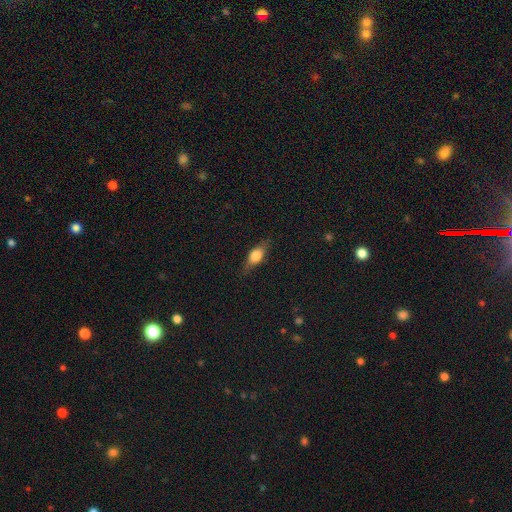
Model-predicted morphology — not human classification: A smooth galaxy with no disk features (60%) that is in between round and cigar-shaped (66%). Merging: none (79%).